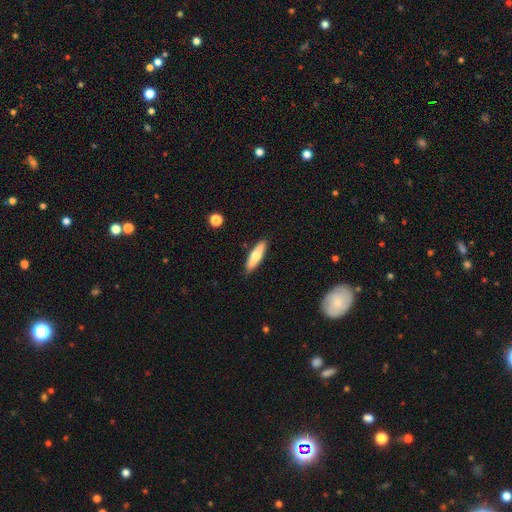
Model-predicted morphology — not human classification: Overall: smooth (59%; featured or disk 35%). How rounded: cigar-shaped (70%). Merging: none (88%).